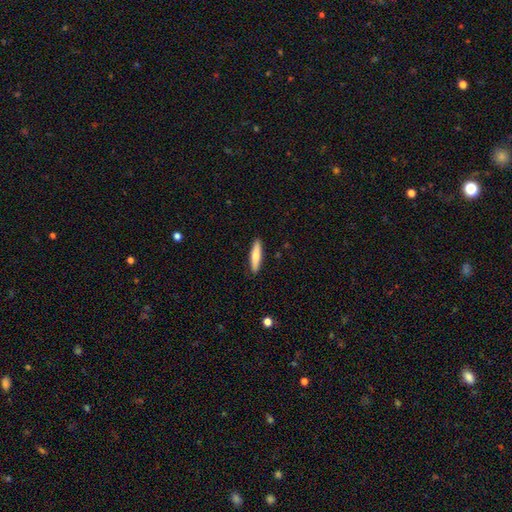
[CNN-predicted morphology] Smooth or featured?
  - smooth: 72% *
  - featured or disk: 22%
  - star or artifact: 5%
How rounded?
  - cigar-shaped: 81% *
  - in between: 18%
  - round: 1%
Merging?
  - none: 90% *
  - minor disturbance: 7%
  - major disturbance: 2%
  - merger: 1%